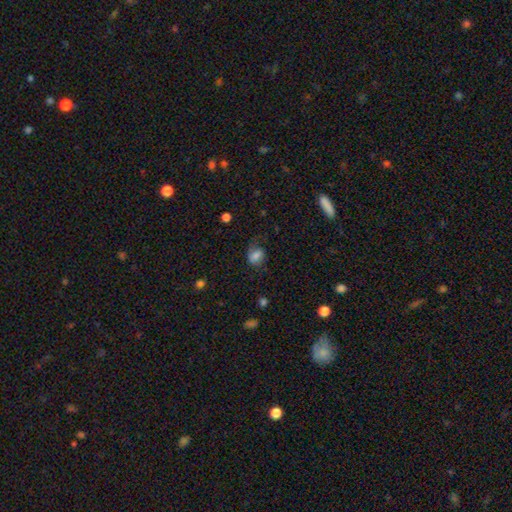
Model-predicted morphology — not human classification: smooth-or-featured: smooth: 71% | featured or disk: 19% | star or artifact: 10%
  how-rounded: in between: 61% | round: 38% | cigar-shaped: 1%
  merging: none: 53% | minor disturbance: 27% | major disturbance: 18% | merger: 2%